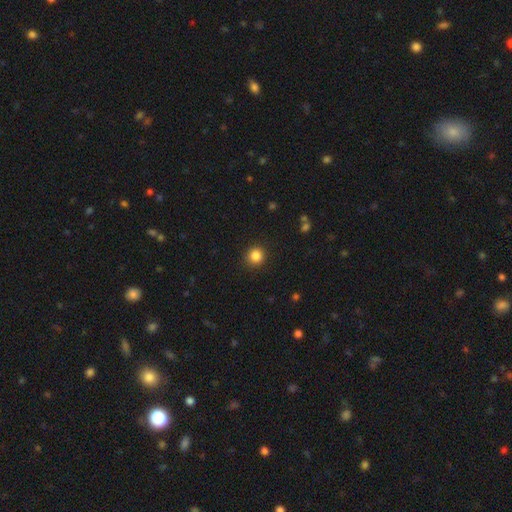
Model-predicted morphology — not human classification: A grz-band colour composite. It shows a smooth galaxy with no disk features (85%) that is round (93%). Merging: none (91%).